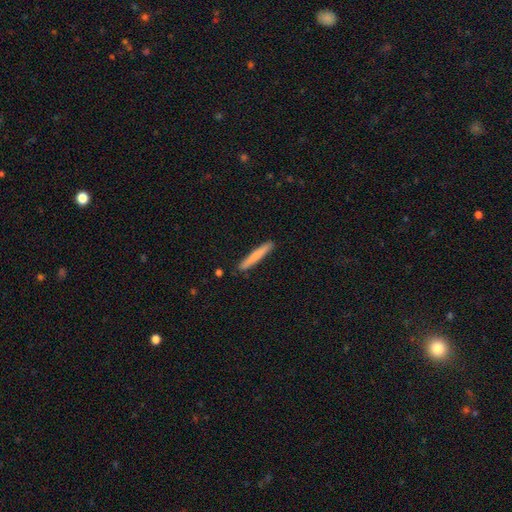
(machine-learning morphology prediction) Smooth or featured? smooth (76%)
How rounded? cigar-shaped (96%)
Merging? none (90%)